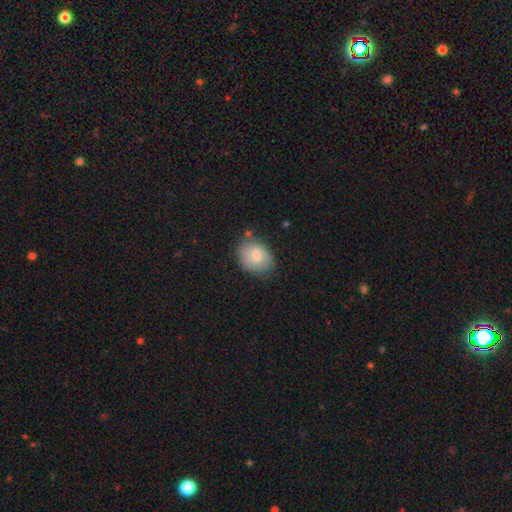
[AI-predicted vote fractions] Morphology: type=smooth (62%); roundness=in between (58%); merging=none (70%).